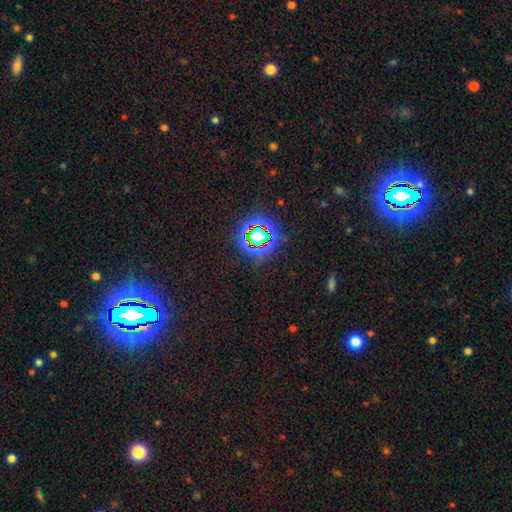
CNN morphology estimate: smooth-or-featured: star or artifact: 79% | smooth: 14% | featured or disk: 7%